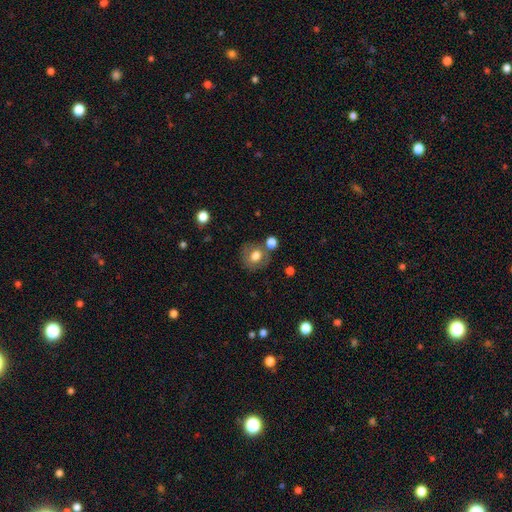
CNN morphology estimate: Smooth or featured: smooth — 69% (featured or disk — 22%)
How rounded: round — 76% (in between — 23%)
Merging: none — 68% (minor disturbance — 14%)